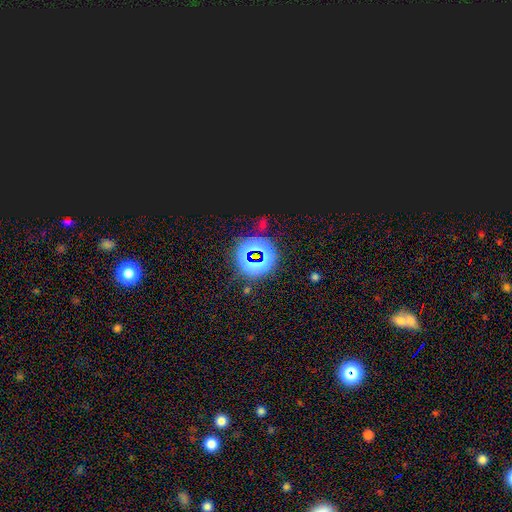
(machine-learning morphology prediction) type=star or artifact (77%).